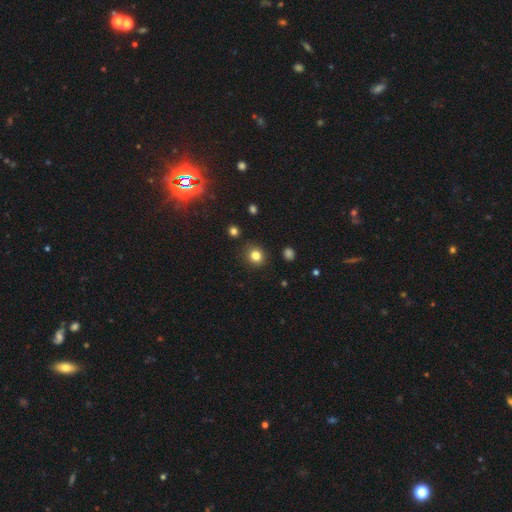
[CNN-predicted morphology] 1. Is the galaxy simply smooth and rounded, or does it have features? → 82% smooth, 13% star or artifact, 6% featured or disk.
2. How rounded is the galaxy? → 83% round, 16% in between, 1% cigar-shaped.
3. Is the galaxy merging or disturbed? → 87% none, 9% minor disturbance, 2% major disturbance, 2% merger.